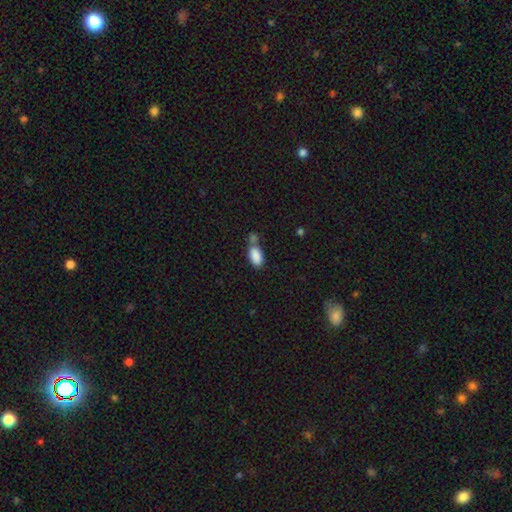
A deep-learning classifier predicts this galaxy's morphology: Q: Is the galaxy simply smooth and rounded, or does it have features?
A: smooth — 88%.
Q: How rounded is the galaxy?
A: in between — 92%.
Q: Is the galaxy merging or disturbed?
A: none — 47%.